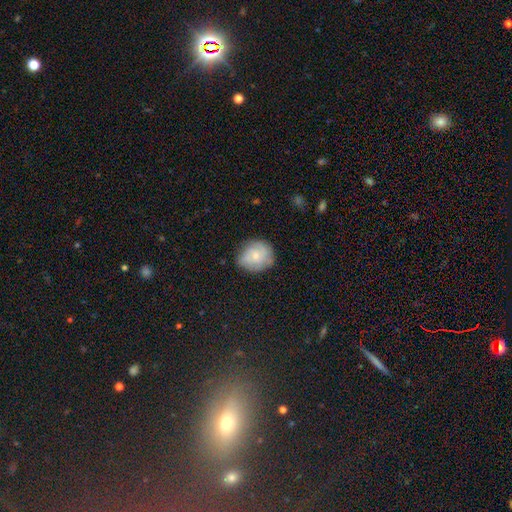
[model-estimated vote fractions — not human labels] This appears to be a smooth galaxy with no disk features (67%) that is round (73%). Merging: none (72%).